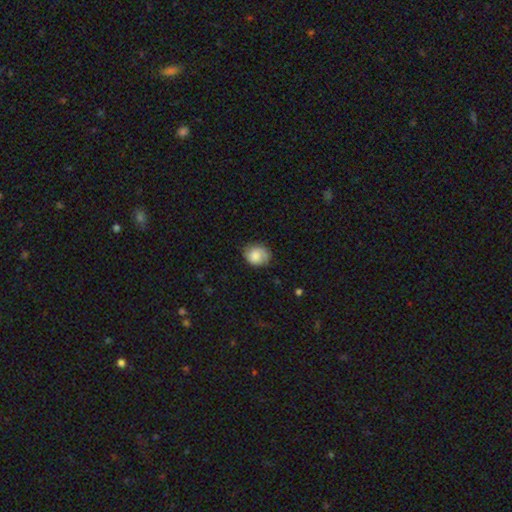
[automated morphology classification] Smooth or featured: smooth — 68% (featured or disk — 24%)
How rounded: round — 62% (in between — 37%)
Merging: none — 69% (minor disturbance — 23%)